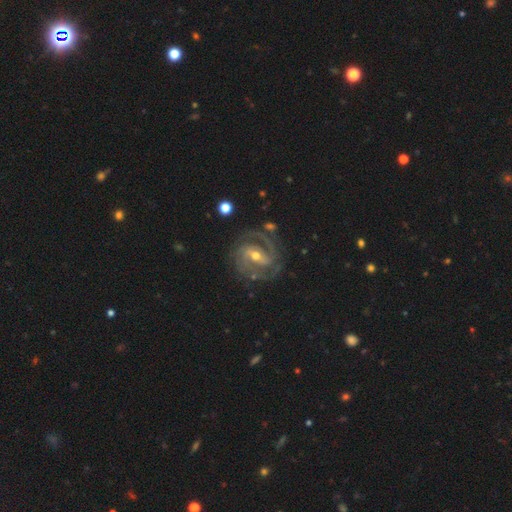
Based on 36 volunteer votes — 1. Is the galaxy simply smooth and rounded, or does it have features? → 94% featured or disk, 6% smooth, 0% star or artifact.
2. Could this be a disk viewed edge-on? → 97% no, 3% yes.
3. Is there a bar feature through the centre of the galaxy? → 67% strong, 27% weak, 6% no.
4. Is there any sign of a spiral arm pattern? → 94% yes, 6% no.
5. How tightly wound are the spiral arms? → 52% tight, 45% medium, 3% loose.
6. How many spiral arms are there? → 65% 2, 16% 3, 10% 1, 6% 4, 3% can't tell, 0% more than 4.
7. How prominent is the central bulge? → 67% moderate, 33% small, 0% dominant, 0% large, 0% none.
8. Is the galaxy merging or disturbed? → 72% none, 19% minor disturbance, 6% merger, 3% major disturbance.